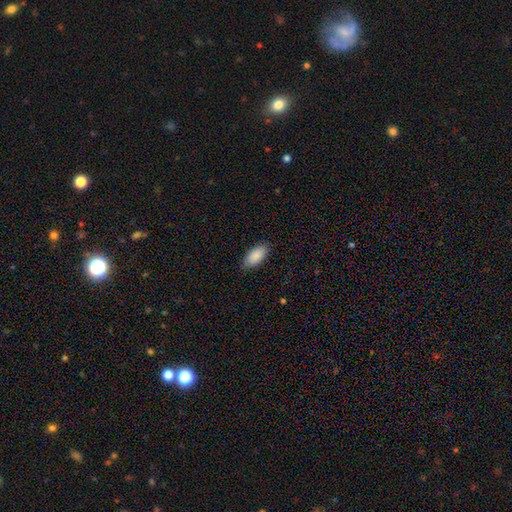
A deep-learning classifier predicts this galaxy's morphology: A smooth galaxy with no disk features (89%) that is in between round and cigar-shaped (89%). Merging: none (85%).